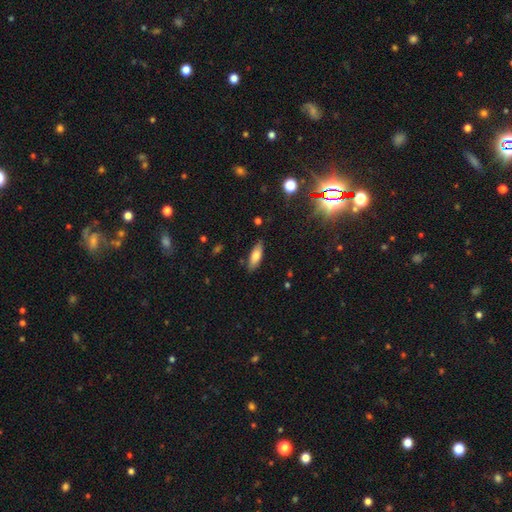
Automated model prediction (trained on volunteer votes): Smooth or featured?
  - smooth: 72% *
  - featured or disk: 20%
  - star or artifact: 8%
How rounded?
  - in between: 62% *
  - cigar-shaped: 36%
  - round: 2%
Merging?
  - none: 85% *
  - minor disturbance: 12%
  - major disturbance: 2%
  - merger: 2%